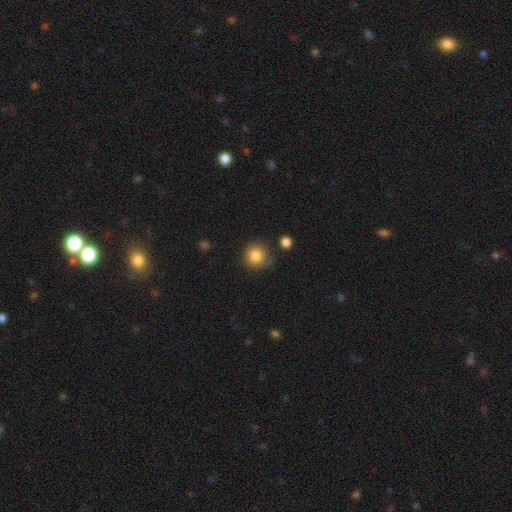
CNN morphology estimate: A smooth galaxy with no disk features (85%) that is round (92%).

Vote fractions:
- Smooth or featured? smooth: 85% / star or artifact: 10% / featured or disk: 6%
- How rounded? round: 92% / in between: 7% / cigar-shaped: 1%
- Merging? none: 81% / minor disturbance: 12% / merger: 4% / major disturbance: 3%